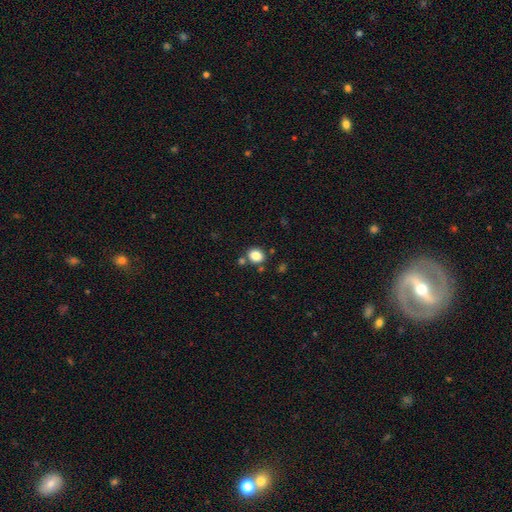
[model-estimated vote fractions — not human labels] smooth_or_featured: smooth (p=0.84) [alt: star or artifact p=0.11]
how_rounded: round (p=0.64) [alt: in between p=0.36]
merging: none (p=0.77) [alt: merger p=0.10]